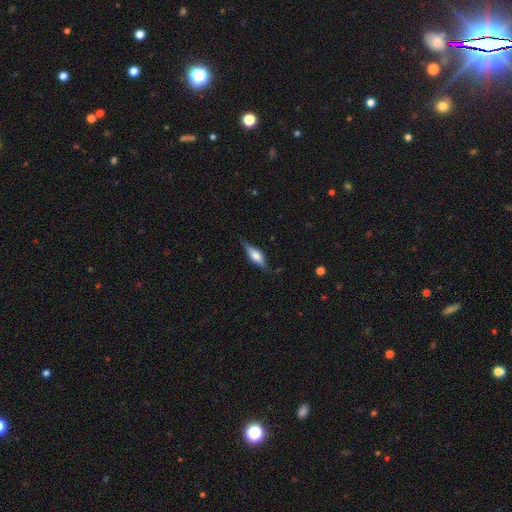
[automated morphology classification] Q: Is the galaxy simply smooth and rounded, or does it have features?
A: featured or disk — 49%.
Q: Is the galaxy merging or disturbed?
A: none — 78%.